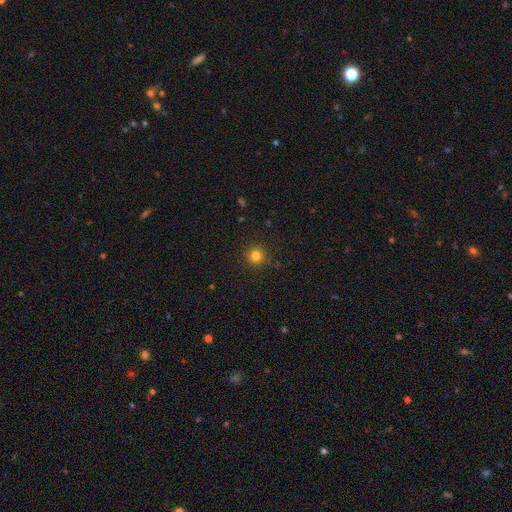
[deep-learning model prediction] Smooth or featured: smooth — 82% (star or artifact — 14%)
How rounded: round — 95% (in between — 4%)
Merging: none — 92% (minor disturbance — 5%)